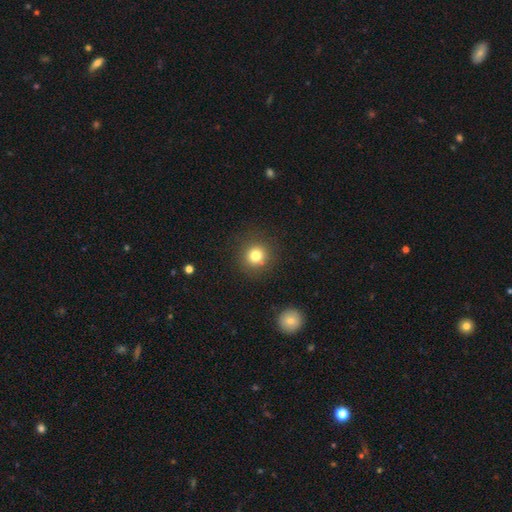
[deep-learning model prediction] A smooth galaxy with no disk features (80%) that is round (92%).

Vote fractions:
- Smooth or featured? smooth: 80% / star or artifact: 12% / featured or disk: 8%
- How rounded? round: 92% / in between: 7% / cigar-shaped: 1%
- Merging? none: 88% / minor disturbance: 7% / major disturbance: 3% / merger: 2%